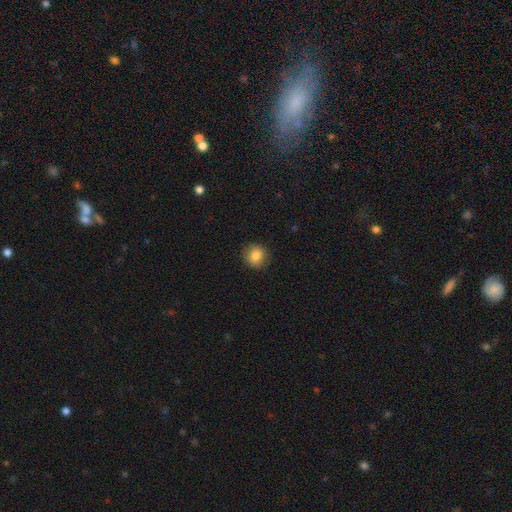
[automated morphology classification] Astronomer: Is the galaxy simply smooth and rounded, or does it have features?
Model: smooth — 83%.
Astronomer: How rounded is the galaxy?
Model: round — 90%.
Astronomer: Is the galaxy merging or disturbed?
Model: none — 89%.